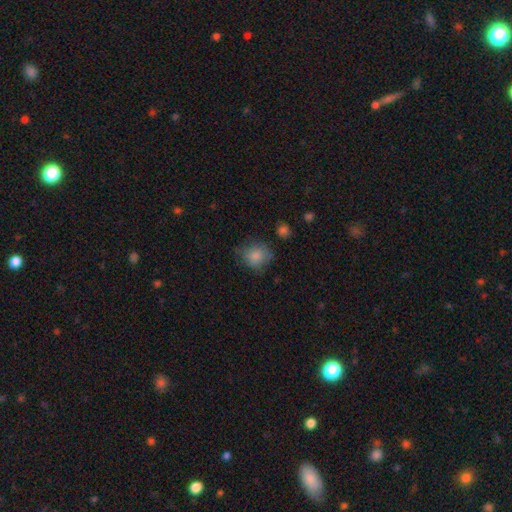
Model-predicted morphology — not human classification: Smooth or featured? Predicted: smooth (p=0.83). How rounded? Predicted: round (p=0.76). Merging? Predicted: none (p=0.66).